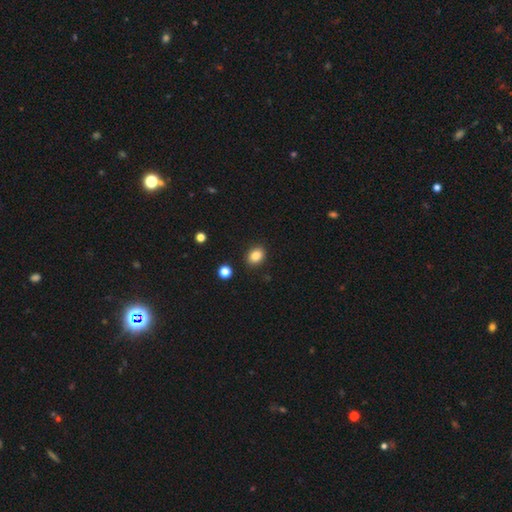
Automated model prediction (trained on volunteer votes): A smooth galaxy with no disk features (85%) that is in between round and cigar-shaped (59%). Merging: none (89%).